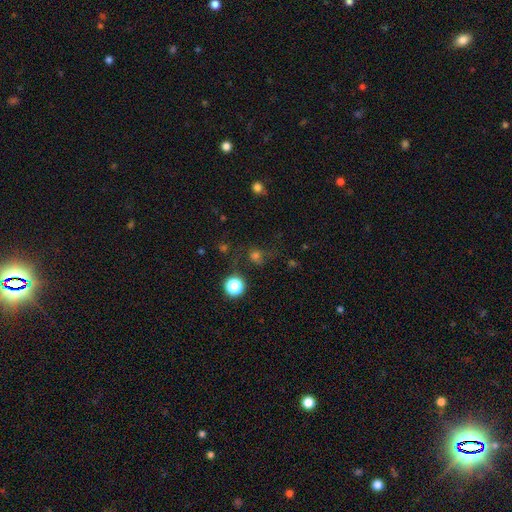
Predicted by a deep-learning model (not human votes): Overall: smooth (56%; star or artifact 34%). How rounded: round (80%). Merging: none (65%).